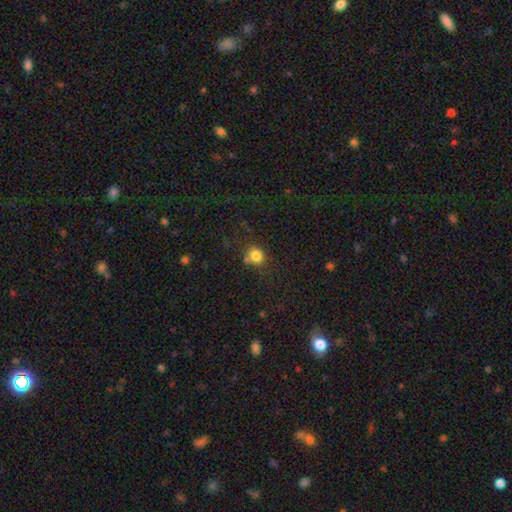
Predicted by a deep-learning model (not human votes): Smooth or featured? smooth (81%)
How rounded? round (75%)
Merging? none (65%)